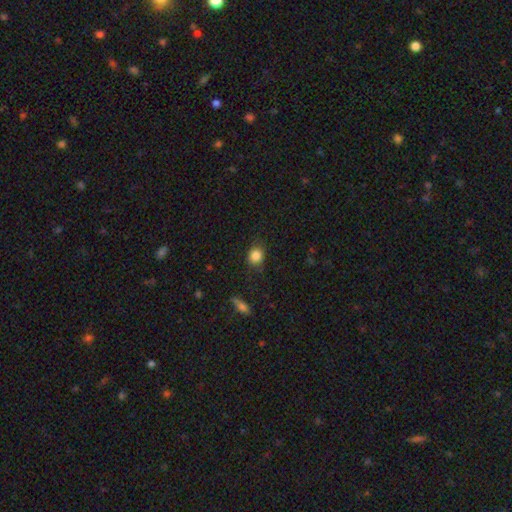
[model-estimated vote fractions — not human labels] Q: Smooth or featured?
A: smooth (85%); runner-up: star or artifact (10%)
Q: How rounded?
A: round (70%); runner-up: in between (29%)
Q: Merging?
A: none (78%); runner-up: minor disturbance (17%)